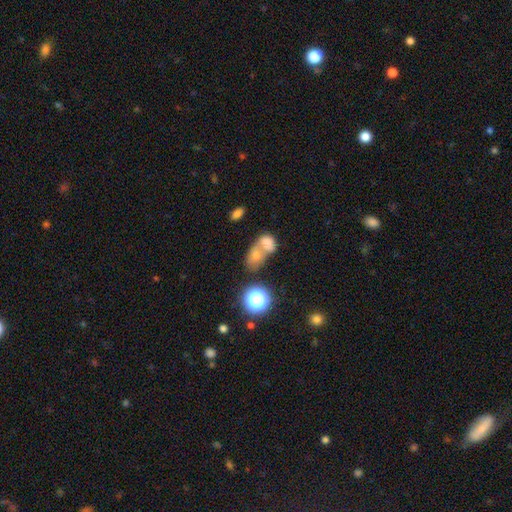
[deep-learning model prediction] A smooth galaxy with no disk features (67%) that is in between round and cigar-shaped (71%). Merging: merger (69%).